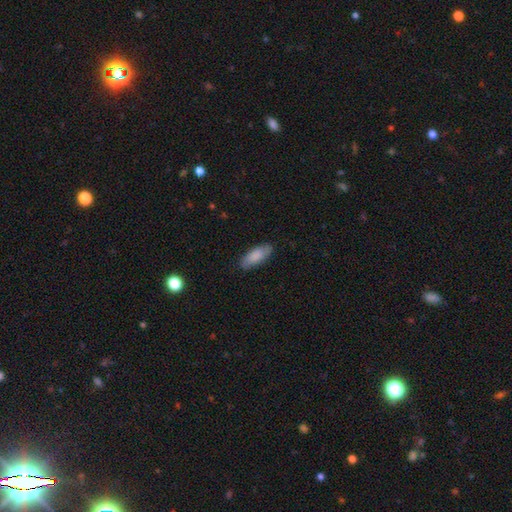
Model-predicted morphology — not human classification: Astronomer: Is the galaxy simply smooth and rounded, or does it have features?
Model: smooth — 81%.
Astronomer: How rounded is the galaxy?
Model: in between — 79%.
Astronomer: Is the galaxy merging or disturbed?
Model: none — 83%.